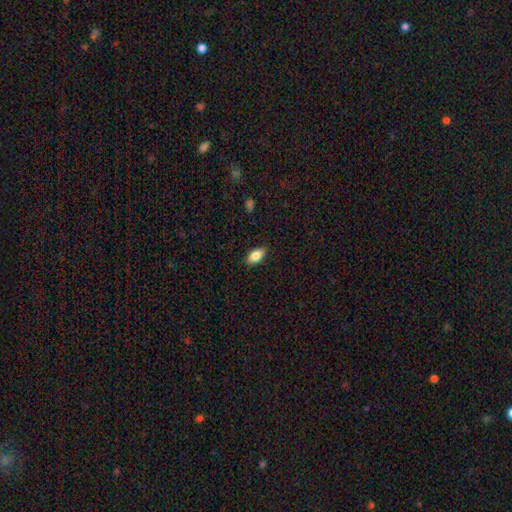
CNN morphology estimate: Smooth or featured? smooth (84%)
How rounded? in between (90%)
Merging? none (86%)